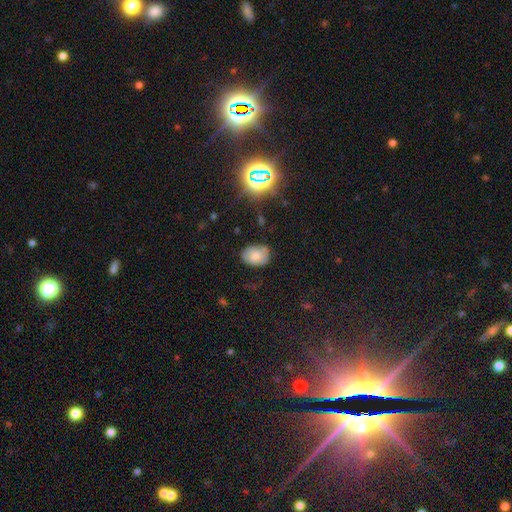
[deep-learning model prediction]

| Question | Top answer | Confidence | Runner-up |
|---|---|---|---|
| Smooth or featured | smooth | 75% | featured or disk (14%) |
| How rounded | in between | 76% | round (23%) |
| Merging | none | 71% | minor disturbance (22%) |